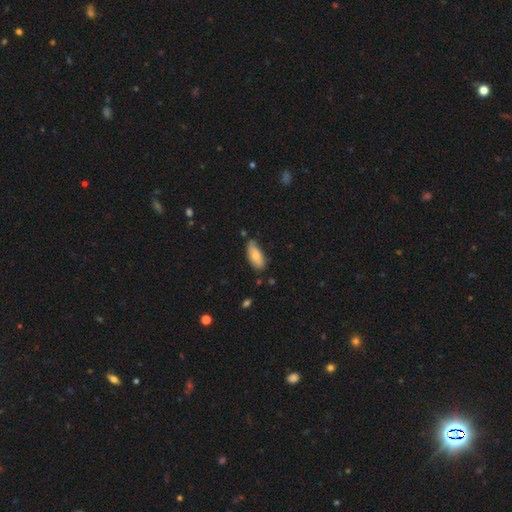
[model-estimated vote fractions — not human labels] Smooth or featured: smooth — 75% (featured or disk — 19%)
How rounded: in between — 83% (cigar-shaped — 15%)
Merging: none — 68% (minor disturbance — 26%)